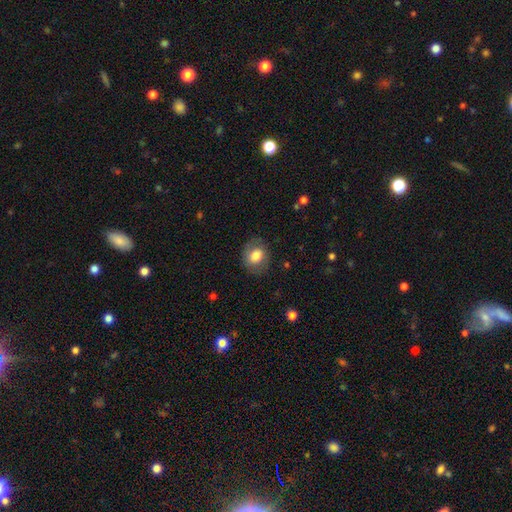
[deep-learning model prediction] Q: Smooth or featured?
A: smooth (74%); runner-up: featured or disk (19%)
Q: How rounded?
A: round (58%); runner-up: in between (41%)
Q: Merging?
A: none (77%); runner-up: minor disturbance (15%)